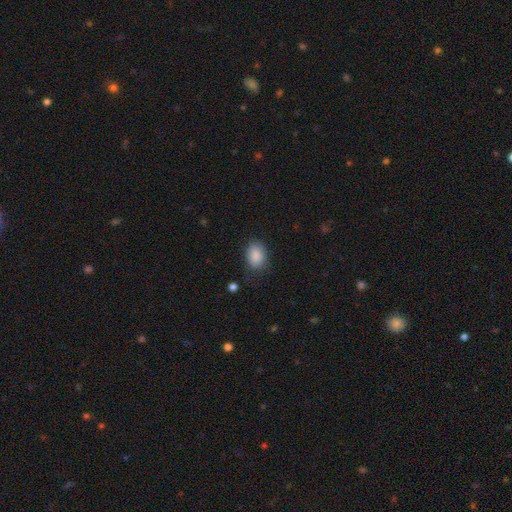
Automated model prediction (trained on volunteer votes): Smooth or featured? Predicted: smooth (p=0.88). How rounded? Predicted: in between (p=0.78). Merging? Predicted: none (p=0.78).